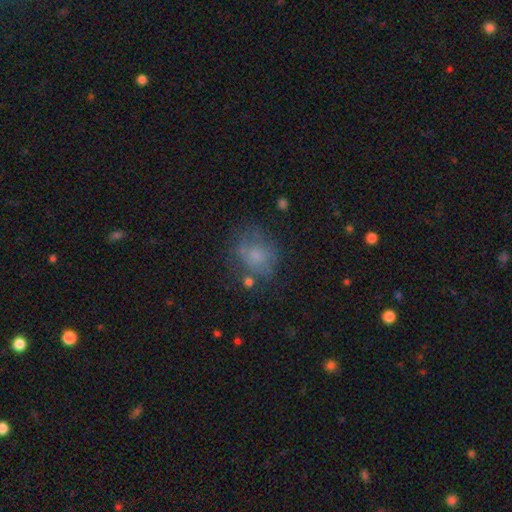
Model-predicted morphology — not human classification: The model was most divided on "how rounded": round: 64%, in between: 35%, cigar-shaped: 1%. More confident: smooth or featured — smooth (61%); merging — none (56%).